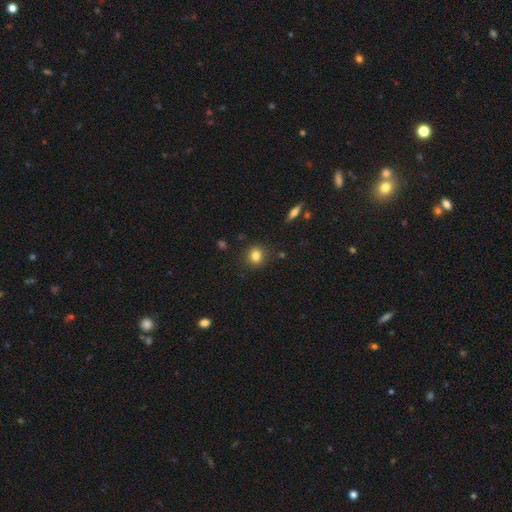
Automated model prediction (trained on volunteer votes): Smooth or featured? Predicted: smooth (p=0.82). How rounded? Predicted: round (p=0.85). Merging? Predicted: none (p=0.87).